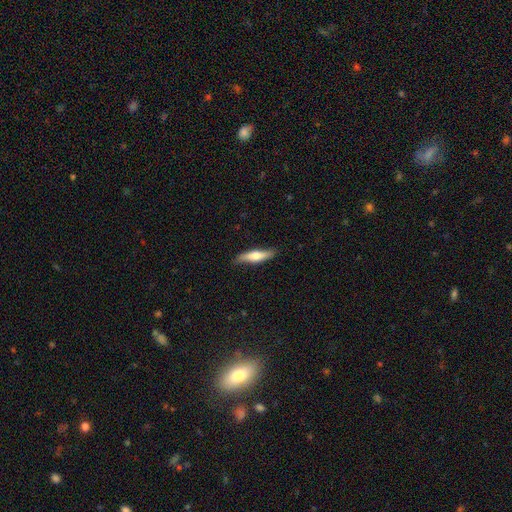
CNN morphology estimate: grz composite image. It shows a smooth galaxy with no disk features (56%) that is cigar-shaped (75%). Merging: none (82%).